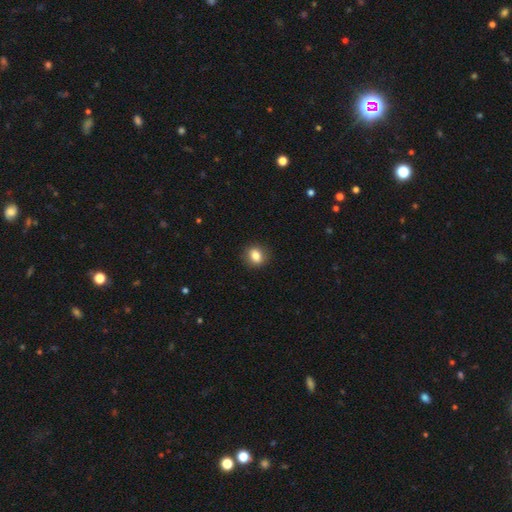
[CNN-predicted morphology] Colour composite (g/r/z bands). It shows a smooth galaxy with no disk features (83%) that is round (63%). Merging: none (89%).